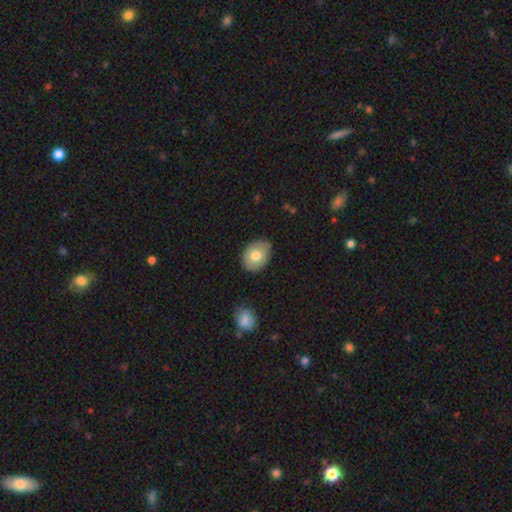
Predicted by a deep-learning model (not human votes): smooth 74%, featured or disk 19%, star or artifact 7%. Down the decision tree: how rounded — in between (69%); merging — none (79%).